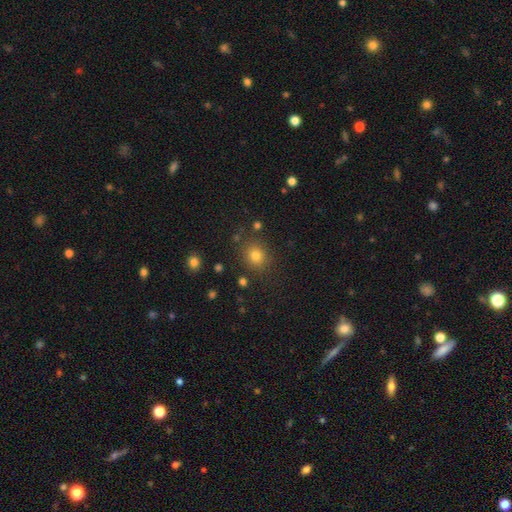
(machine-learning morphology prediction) This appears to be a smooth galaxy with no disk features (79%) that is round (80%). Merging: none (84%).